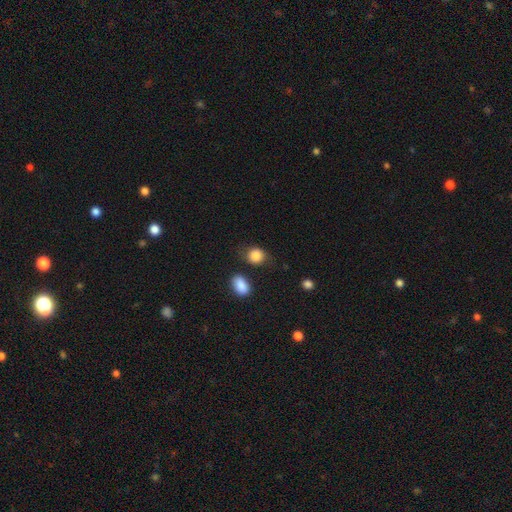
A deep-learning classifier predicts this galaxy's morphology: type=smooth (86%); roundness=round (68%); merging=none (66%).